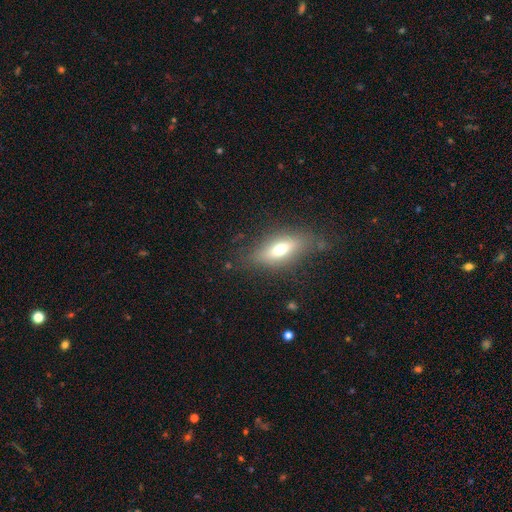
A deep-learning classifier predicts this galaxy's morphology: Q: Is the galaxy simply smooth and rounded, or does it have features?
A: smooth — 48%.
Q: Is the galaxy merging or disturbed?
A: none — 76%.